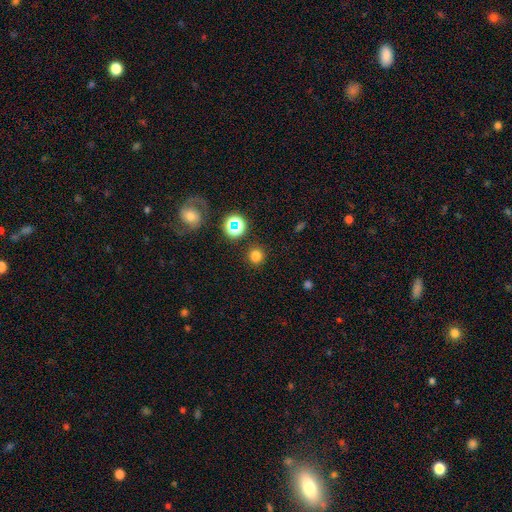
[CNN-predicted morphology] Smooth or featured? Predicted: smooth (p=0.77). How rounded? Predicted: round (p=0.91). Merging? Predicted: none (p=0.88).